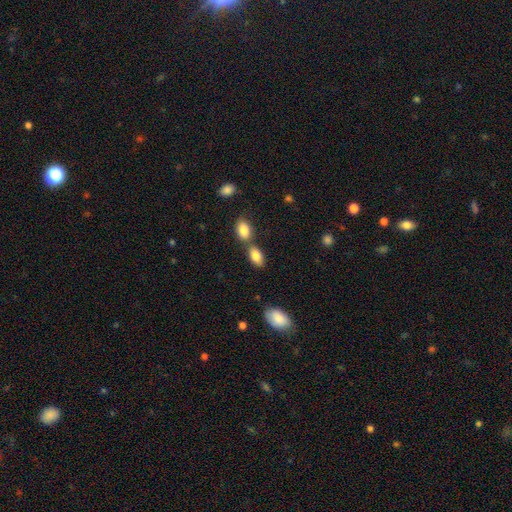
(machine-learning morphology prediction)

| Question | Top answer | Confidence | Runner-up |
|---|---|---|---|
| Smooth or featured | smooth | 84% | featured or disk (8%) |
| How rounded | in between | 91% | round (6%) |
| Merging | none | 55% | merger (30%) |